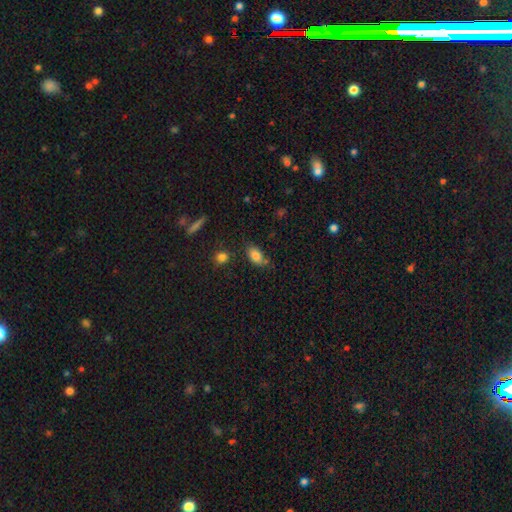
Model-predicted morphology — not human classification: smooth_or_featured: smooth (p=0.82) [alt: featured or disk p=0.09]
how_rounded: in between (p=0.89) [alt: round p=0.07]
merging: none (p=0.70) [alt: minor disturbance p=0.18]